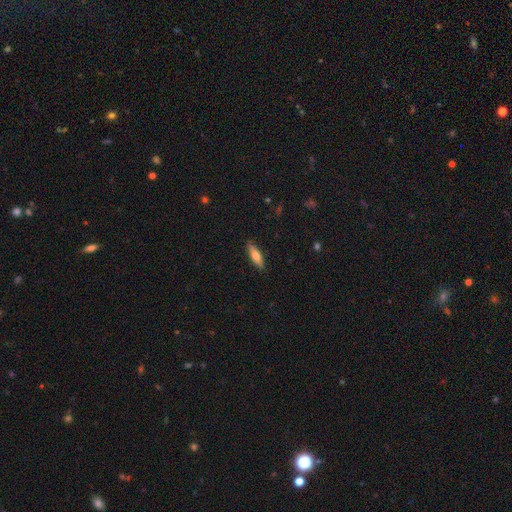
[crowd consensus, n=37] smooth 76%, featured or disk 22%, star or artifact 3%. Down the decision tree: how rounded — cigar-shaped (54%); merging — none (83%).